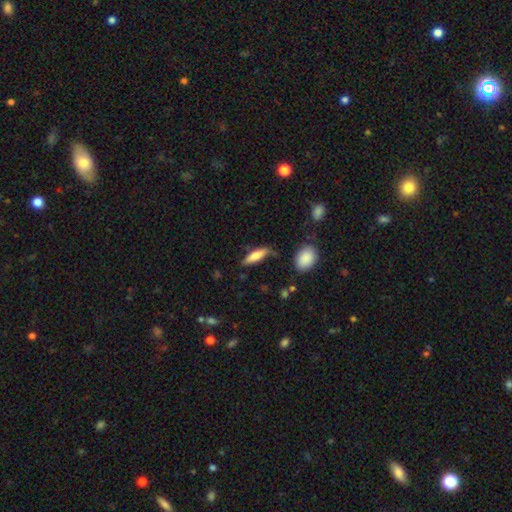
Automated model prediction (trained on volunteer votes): Smooth or featured? smooth (77%)
How rounded? cigar-shaped (60%)
Merging? none (74%)